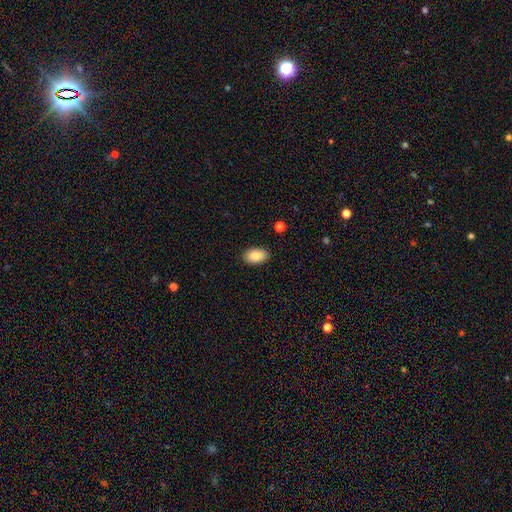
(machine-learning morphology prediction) Smooth or featured: smooth — 86% (star or artifact — 7%)
How rounded: in between — 93% (round — 6%)
Merging: none — 89% (minor disturbance — 8%)